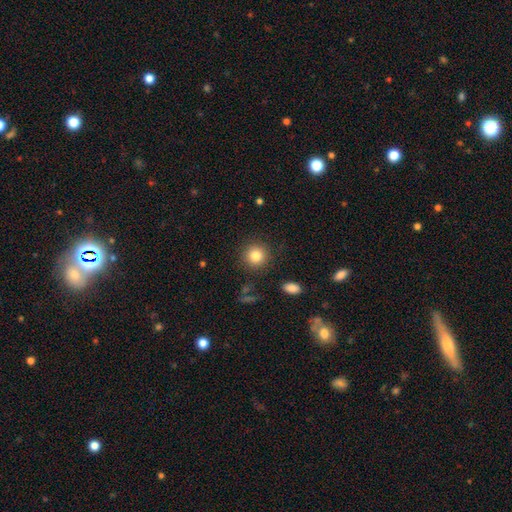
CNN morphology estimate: Smooth or featured? Predicted: smooth (p=0.83). How rounded? Predicted: round (p=0.92). Merging? Predicted: none (p=0.89).